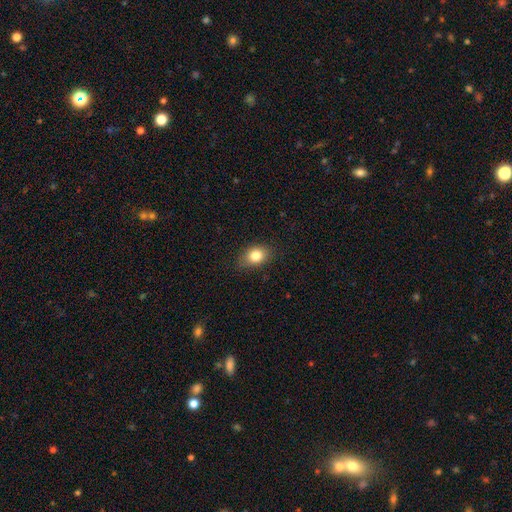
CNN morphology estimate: Overall: smooth (82%). How rounded: in between (70%). Merging: none (82%).